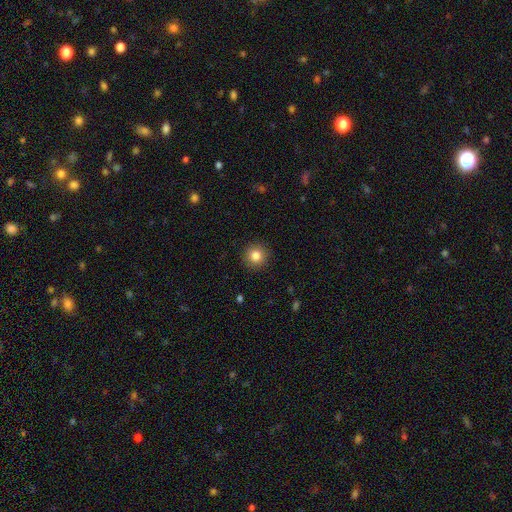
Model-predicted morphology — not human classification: Smooth or featured? smooth (83%)
How rounded? round (95%)
Merging? none (92%)